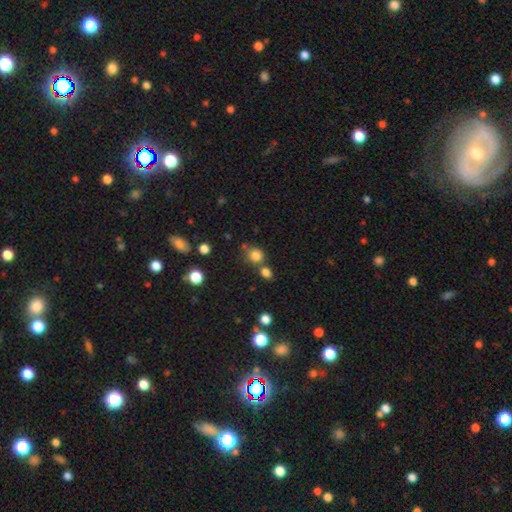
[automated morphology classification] Smooth or featured?
  - smooth: 80% *
  - star or artifact: 14%
  - featured or disk: 6%
How rounded?
  - round: 81% *
  - in between: 18%
  - cigar-shaped: 1%
Merging?
  - none: 61% *
  - merger: 23%
  - minor disturbance: 12%
  - major disturbance: 5%